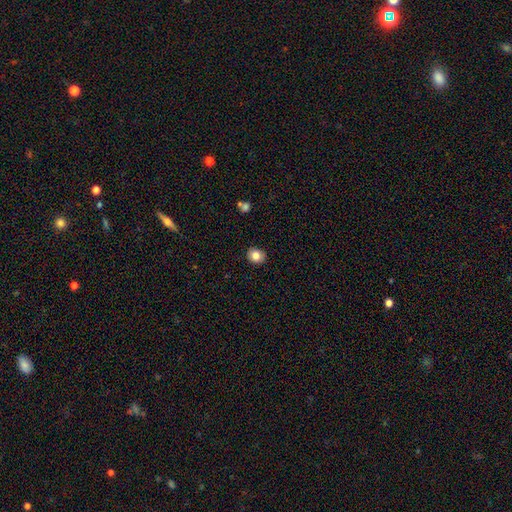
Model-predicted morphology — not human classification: Overall: smooth (82%). How rounded: round (67%; in between 32%). Merging: none (89%).